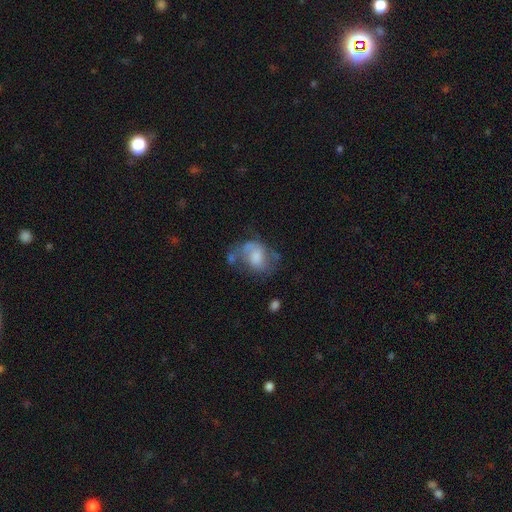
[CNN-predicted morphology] type=smooth (48%); merging=none (34%).